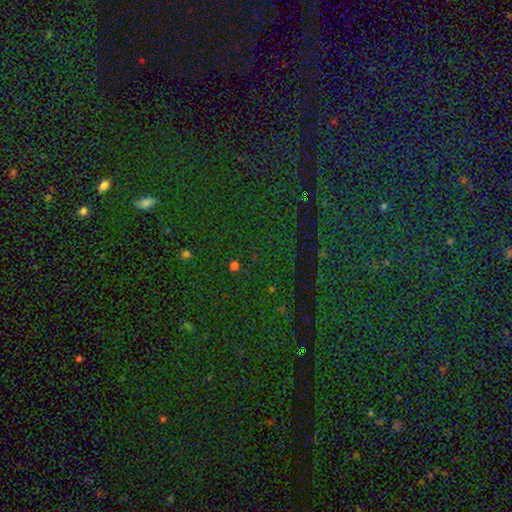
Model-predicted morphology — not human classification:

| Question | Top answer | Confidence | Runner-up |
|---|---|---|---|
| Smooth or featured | star or artifact | 83% | smooth (10%) |